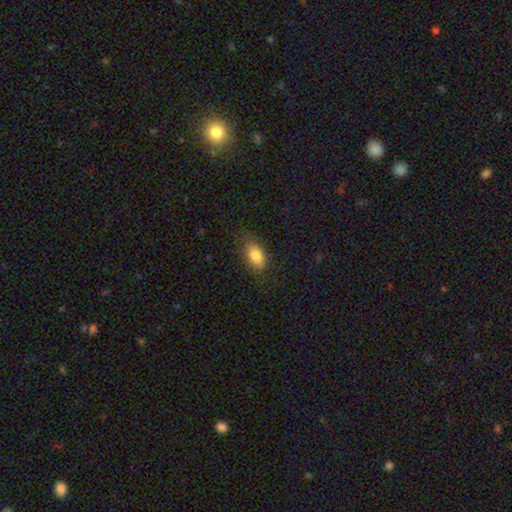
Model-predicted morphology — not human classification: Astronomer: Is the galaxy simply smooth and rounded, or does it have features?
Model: smooth — 83%.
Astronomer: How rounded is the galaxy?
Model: in between — 89%.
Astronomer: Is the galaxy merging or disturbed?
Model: none — 78%.